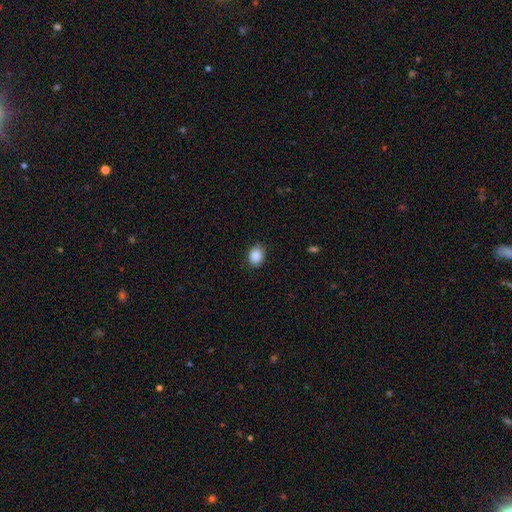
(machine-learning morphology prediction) Overall: smooth (89%). How rounded: in between (57%; round 42%). Merging: none (85%).